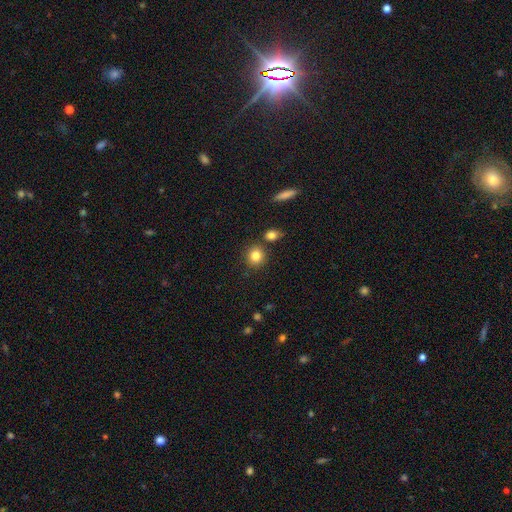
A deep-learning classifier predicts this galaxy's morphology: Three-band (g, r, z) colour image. It shows a smooth galaxy with no disk features (84%) that is round (86%). Merging: none (81%).